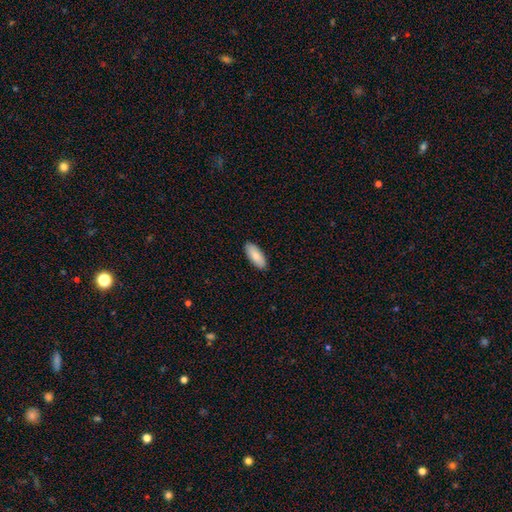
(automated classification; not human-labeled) smooth 87%, featured or disk 7%, star or artifact 6%. Down the decision tree: how rounded — in between (84%); merging — none (90%).